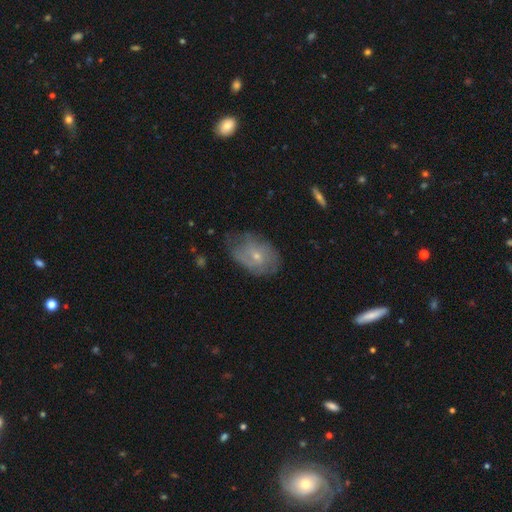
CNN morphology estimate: type=featured or disk (53%); edge-on=no (95%); bar=no (67%); spiral arms=yes (65%); bulge=small (68%); merging=none (52%).